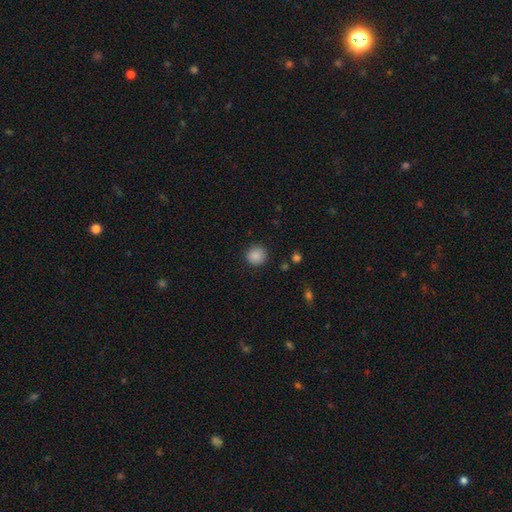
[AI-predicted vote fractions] A smooth galaxy with no disk features (87%) that is round (92%).

Vote fractions:
- Smooth or featured? smooth: 87% / star or artifact: 9% / featured or disk: 4%
- How rounded? round: 92% / in between: 7% / cigar-shaped: 1%
- Merging? none: 90% / minor disturbance: 7% / major disturbance: 2% / merger: 1%